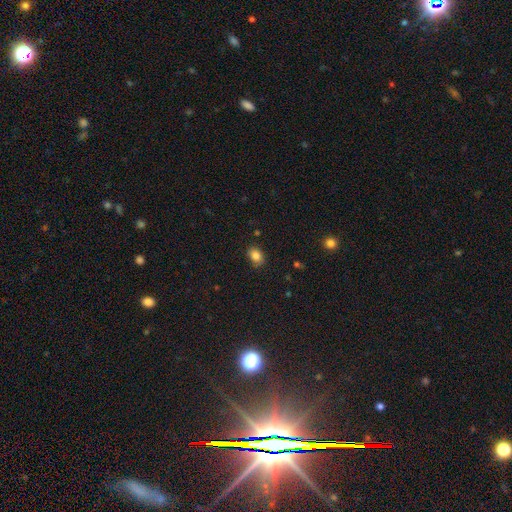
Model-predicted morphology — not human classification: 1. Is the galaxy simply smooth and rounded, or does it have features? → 85% smooth, 10% star or artifact, 5% featured or disk.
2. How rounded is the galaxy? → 66% in between, 33% round, 1% cigar-shaped.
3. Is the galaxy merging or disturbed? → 81% none, 15% minor disturbance, 3% major disturbance, 1% merger.